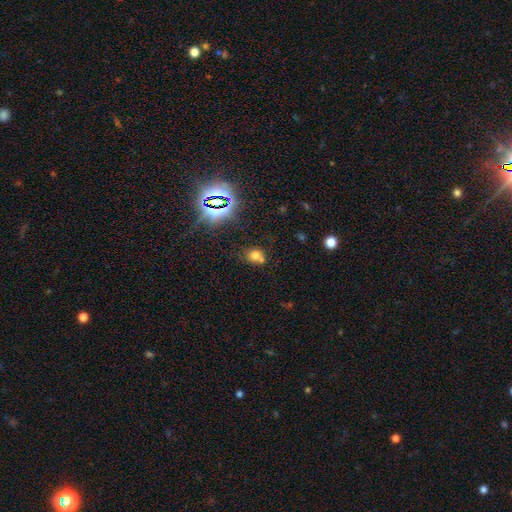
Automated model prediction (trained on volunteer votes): Morphology: type=smooth (64%); roundness=round (68%); merging=none (52%).